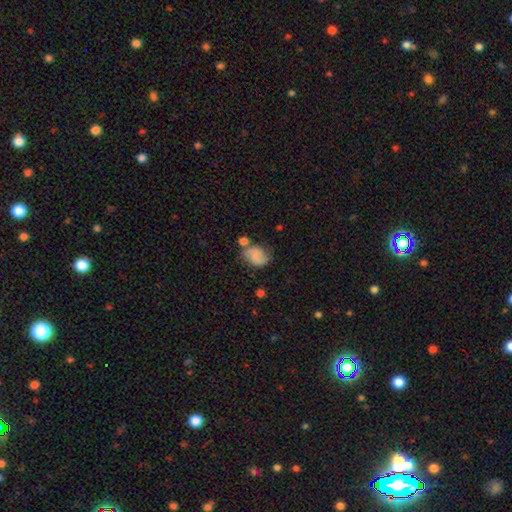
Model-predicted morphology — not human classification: type=smooth (59%); roundness=in between (63%); merging=none (52%).